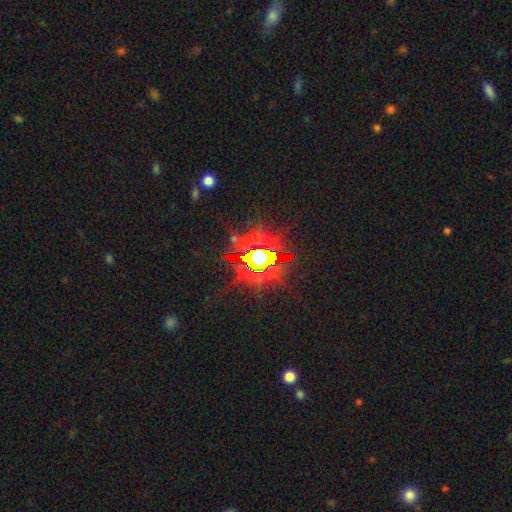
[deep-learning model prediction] Smooth or featured? star or artifact (80%)